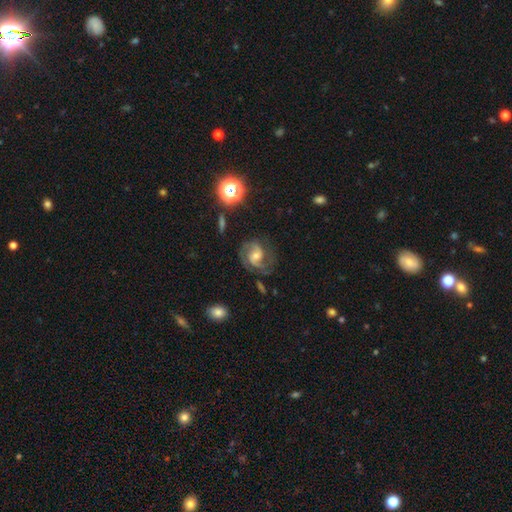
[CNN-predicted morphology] A featured or disk galaxy (84%) with a weak bar (46%), 2 (79%) medium (55%) spiral arms (97%) and a moderate central bulge (52%). Merging: none (72%).